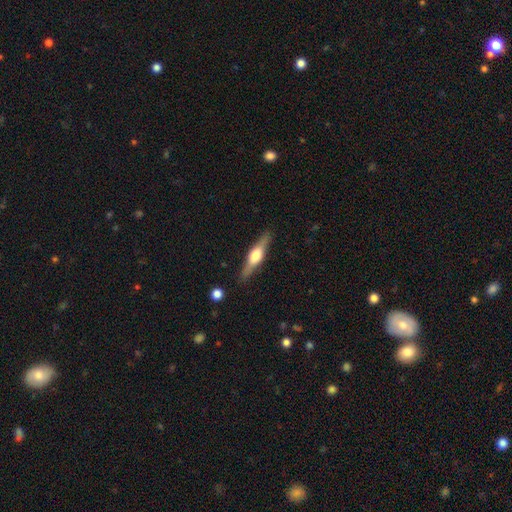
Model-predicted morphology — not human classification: This is likely a featured or disk galaxy (68%). It is clearly viewed edge-on (97%). Edge-on bulge: clearly rounded (90%). Merging: clearly none (88%).